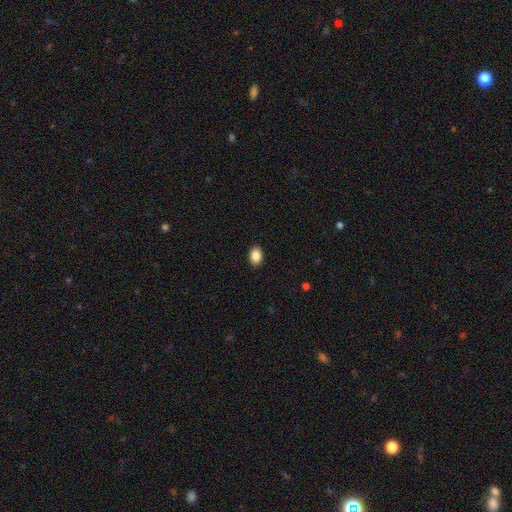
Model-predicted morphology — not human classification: Q: Smooth or featured?
A: smooth (88%); runner-up: star or artifact (8%)
Q: How rounded?
A: in between (72%); runner-up: round (27%)
Q: Merging?
A: none (91%); runner-up: minor disturbance (6%)